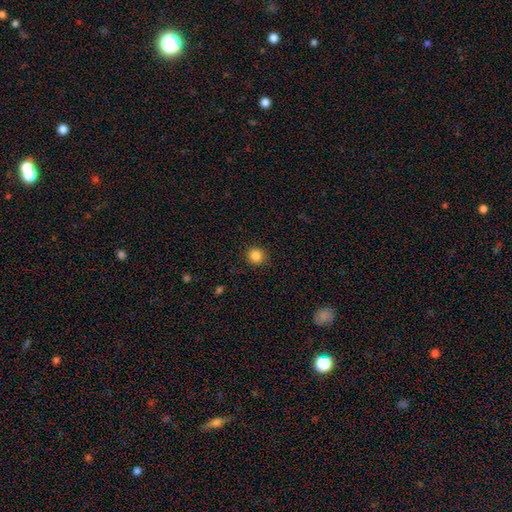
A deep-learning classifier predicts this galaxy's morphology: type=smooth (85%); roundness=round (91%); merging=none (90%).